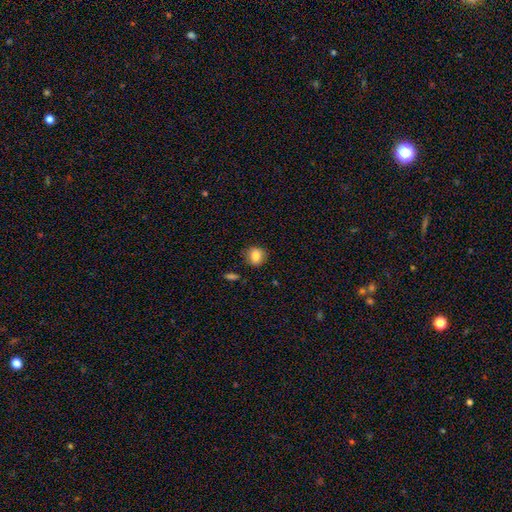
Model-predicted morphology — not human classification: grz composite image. It shows a smooth galaxy with no disk features (84%) that is round (72%). Merging: none (83%).